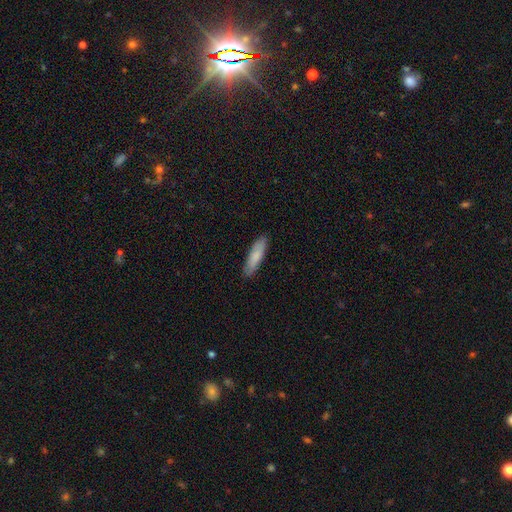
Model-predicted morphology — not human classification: Overall: smooth (83%). How rounded: cigar-shaped (74%). Merging: none (88%).